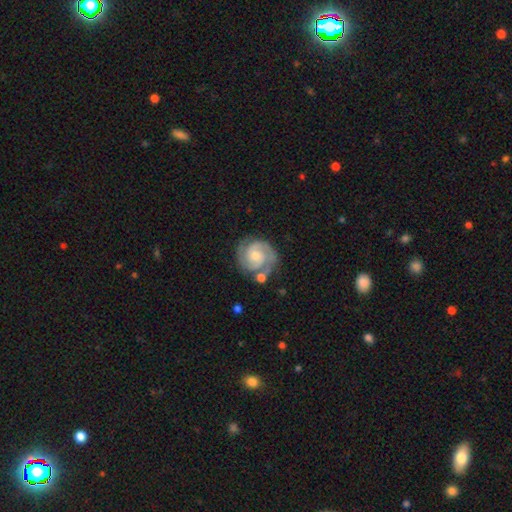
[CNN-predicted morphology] A featured or disk galaxy (87%) with no bar (63%), 2 (78%) tight (62%) spiral arms (98%) and a moderate central bulge (47%).

Vote fractions:
- Smooth or featured? featured or disk: 87% / smooth: 8% / star or artifact: 5%
- Edge-on disk? no: 98% / yes: 2%
- Bar? no: 63% / weak: 31% / strong: 6%
- Spiral arms? yes: 98% / no: 2%
- Spiral winding? tight: 62% / medium: 34% / loose: 5%
- Spiral arm count? 2: 78% / 3: 12% / can't tell: 5% / 1: 2% / 4: 2% / more than 4: 2%
- Bulge size? moderate: 47% / small: 46% / large: 3% / none: 3% / dominant: 1%
- Merging? none: 71% / minor disturbance: 16% / merger: 8% / major disturbance: 5%